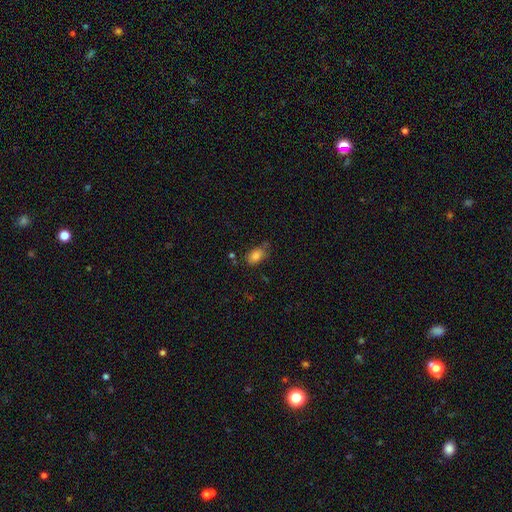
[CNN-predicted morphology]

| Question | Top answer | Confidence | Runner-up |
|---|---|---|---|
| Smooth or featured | smooth | 84% | star or artifact (9%) |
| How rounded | in between | 84% | round (14%) |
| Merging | none | 66% | minor disturbance (22%) |